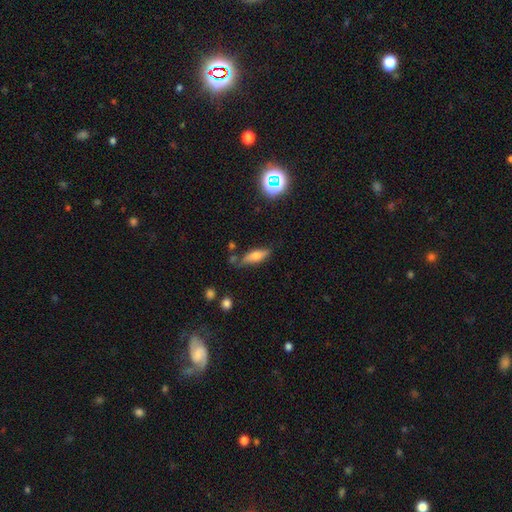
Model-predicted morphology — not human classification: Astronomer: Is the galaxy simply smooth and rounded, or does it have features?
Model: smooth — 62%.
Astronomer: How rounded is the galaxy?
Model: in between — 55% (runner-up: cigar-shaped, 42%).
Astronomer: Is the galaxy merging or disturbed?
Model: none — 68%.